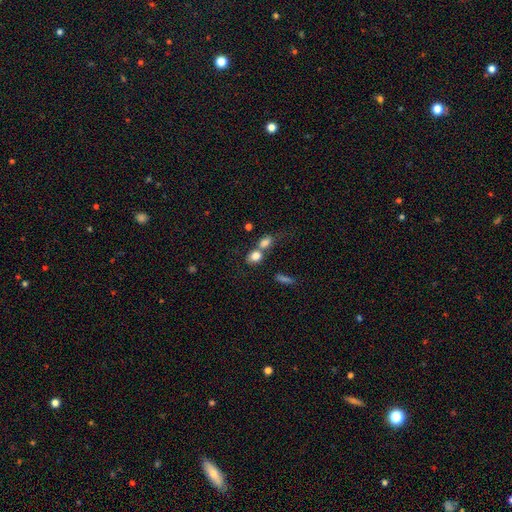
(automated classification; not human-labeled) This appears to be a smooth galaxy with no disk features (80%) that is round (50%). Merging: merger (49%).